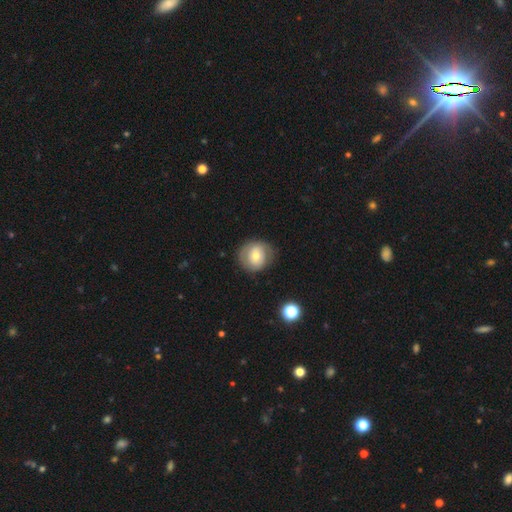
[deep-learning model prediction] Q: Smooth or featured?
A: smooth (51%); runner-up: featured or disk (42%)
Q: How rounded?
A: round (81%); runner-up: in between (18%)
Q: Merging?
A: none (76%); runner-up: minor disturbance (16%)